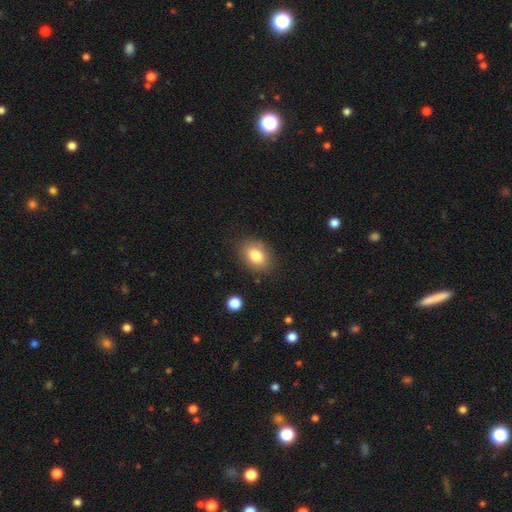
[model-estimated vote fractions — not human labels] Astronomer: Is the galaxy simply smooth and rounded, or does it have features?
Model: smooth — 83%.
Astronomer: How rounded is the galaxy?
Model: in between — 77%.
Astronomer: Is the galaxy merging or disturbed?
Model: none — 83%.